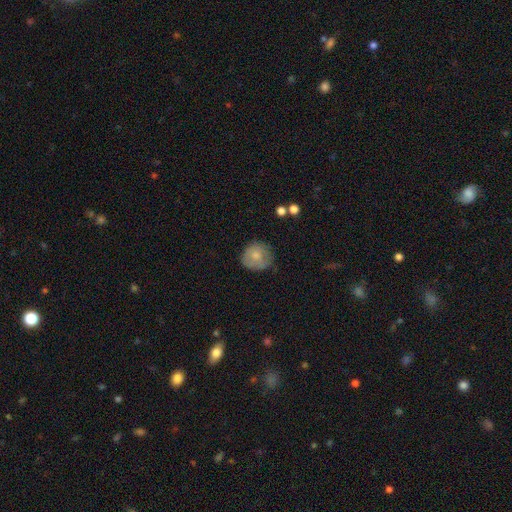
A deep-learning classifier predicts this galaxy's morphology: A smooth galaxy with no disk features (73%) that is round (86%). Merging: none (69%).